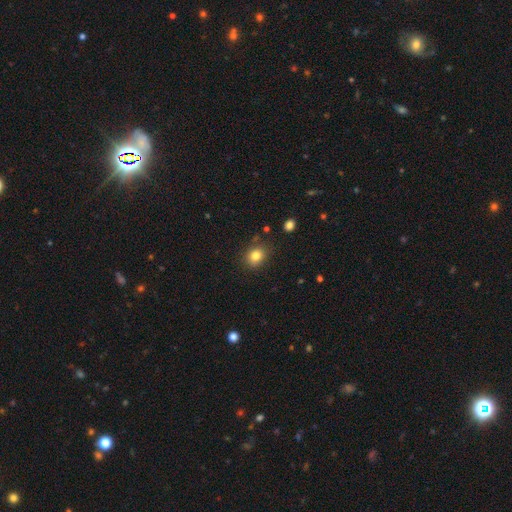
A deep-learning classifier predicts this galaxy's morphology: The model was most divided on "how rounded": round: 60%, in between: 39%, cigar-shaped: 1%. More confident: smooth or featured — smooth (81%); merging — none (81%).